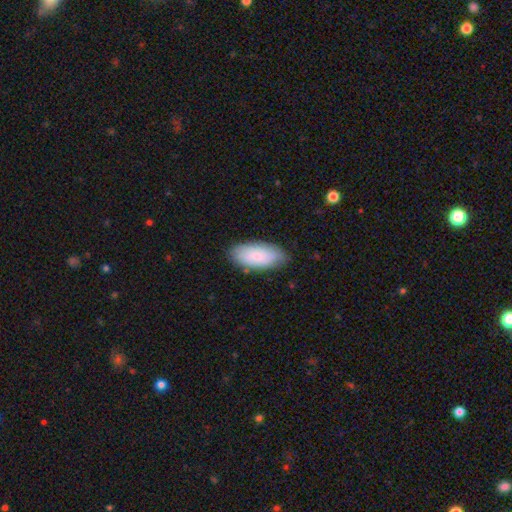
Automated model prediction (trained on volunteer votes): smooth-or-featured: smooth: 81% | featured or disk: 13% | star or artifact: 6%
  how-rounded: in between: 92% | cigar-shaped: 6% | round: 2%
  merging: none: 79% | minor disturbance: 16% | major disturbance: 3% | merger: 1%